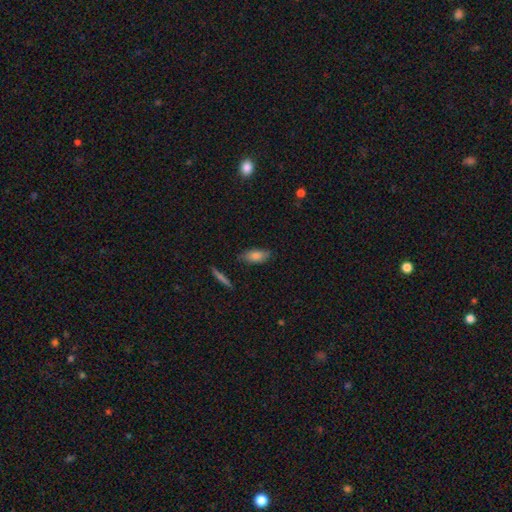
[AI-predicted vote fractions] Q: Smooth or featured?
A: smooth (80%); runner-up: featured or disk (13%)
Q: How rounded?
A: in between (84%); runner-up: cigar-shaped (13%)
Q: Merging?
A: none (80%); runner-up: minor disturbance (15%)